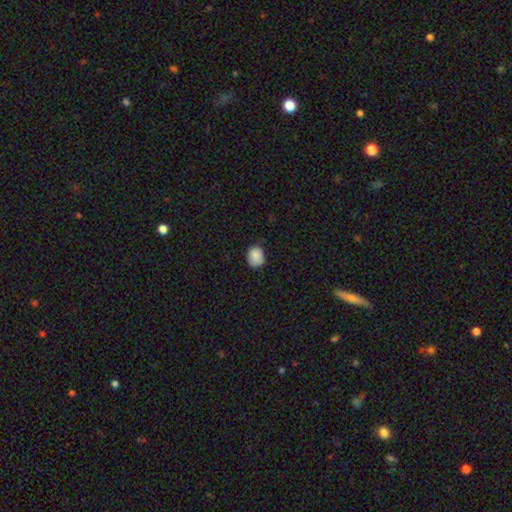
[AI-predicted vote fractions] Q: Smooth or featured?
A: smooth (87%); runner-up: star or artifact (9%)
Q: How rounded?
A: round (58%); runner-up: in between (41%)
Q: Merging?
A: none (65%); runner-up: minor disturbance (29%)